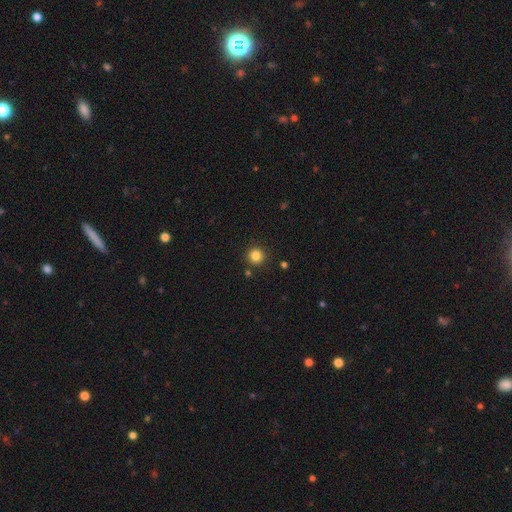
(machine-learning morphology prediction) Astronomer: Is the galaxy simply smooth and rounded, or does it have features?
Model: smooth — 83%.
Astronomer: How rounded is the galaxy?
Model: round — 95%.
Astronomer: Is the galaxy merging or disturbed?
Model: none — 89%.